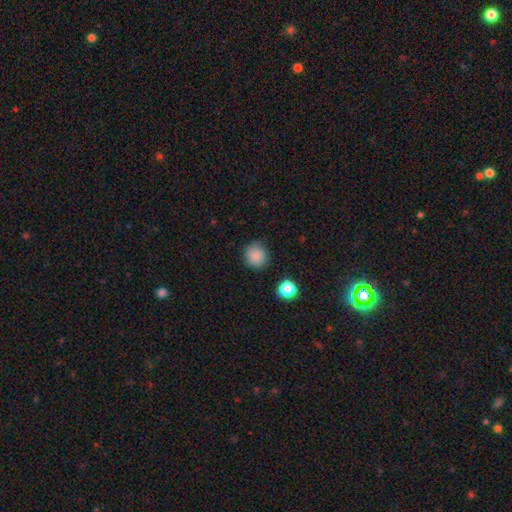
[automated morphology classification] The model was most divided on "smooth or featured": smooth: 86%, star or artifact: 10%, featured or disk: 4%. More confident: how rounded — round (90%); merging — none (87%).